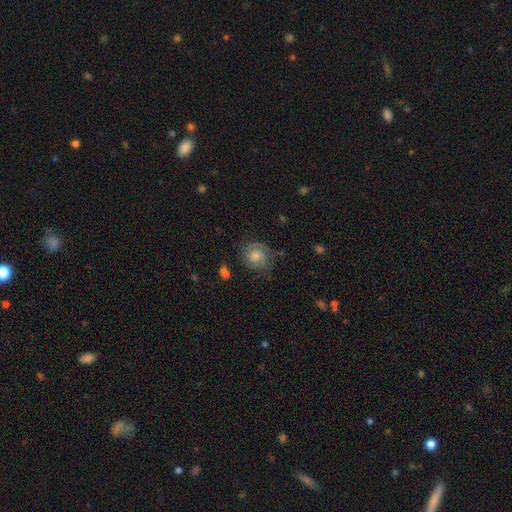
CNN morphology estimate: smooth-or-featured: featured or disk: 52% | smooth: 36% | star or artifact: 12%
  disk-edge-on: no: 97% | yes: 3%
    bar: no: 73% | weak: 23% | strong: 3%
    has-spiral-arms: yes: 86% | no: 14%
    bulge-size: moderate: 54% | small: 21% | large: 17% | none: 6% | dominant: 2%
  merging: none: 69% | minor disturbance: 20% | major disturbance: 9% | merger: 2%